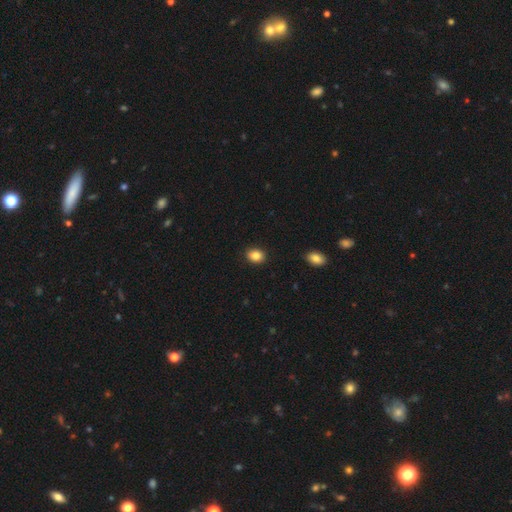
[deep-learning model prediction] Smooth or featured? Predicted: smooth (p=0.86). How rounded? Predicted: in between (p=0.63). Merging? Predicted: none (p=0.89).